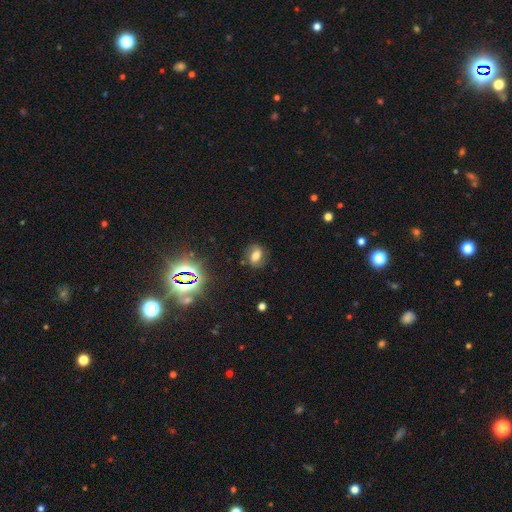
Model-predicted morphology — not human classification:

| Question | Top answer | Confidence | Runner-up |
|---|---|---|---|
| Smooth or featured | smooth | 52% | featured or disk (28%) |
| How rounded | in between | 67% | round (30%) |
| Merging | none | 79% | minor disturbance (14%) |